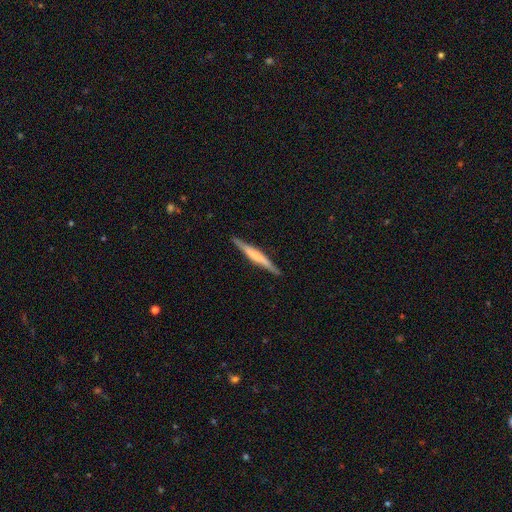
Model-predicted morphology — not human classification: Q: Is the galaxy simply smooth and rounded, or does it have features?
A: featured or disk — 53%.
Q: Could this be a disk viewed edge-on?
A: yes — 97%.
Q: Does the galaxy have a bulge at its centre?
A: none — 42%.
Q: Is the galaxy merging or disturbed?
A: none — 90%.